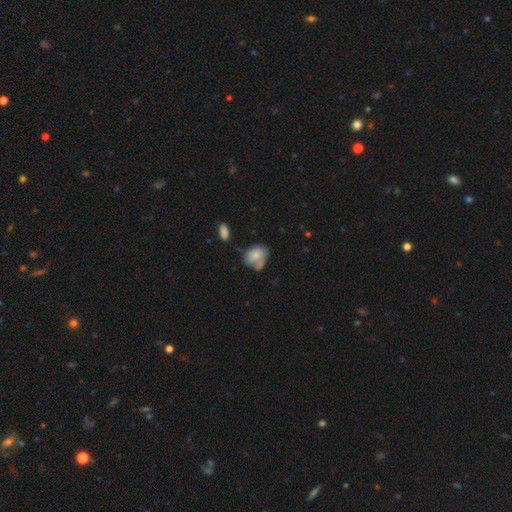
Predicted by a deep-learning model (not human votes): Overall: smooth (74%). How rounded: in between (62%; round 37%). Merging: none (42%; minor disturbance 31%).